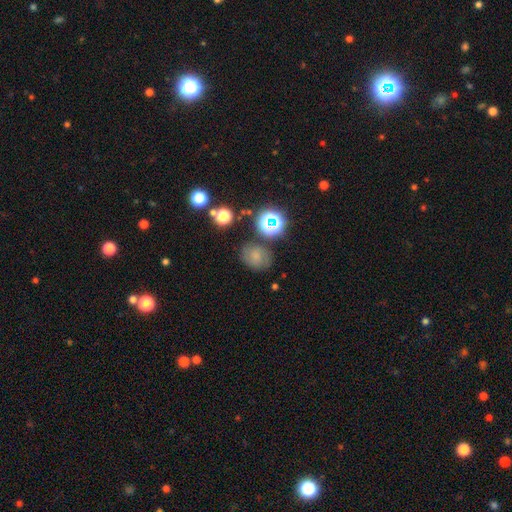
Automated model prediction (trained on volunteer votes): Smooth or featured: smooth — 55% (star or artifact — 23%)
How rounded: round — 58% (in between — 41%)
Merging: none — 72% (minor disturbance — 17%)